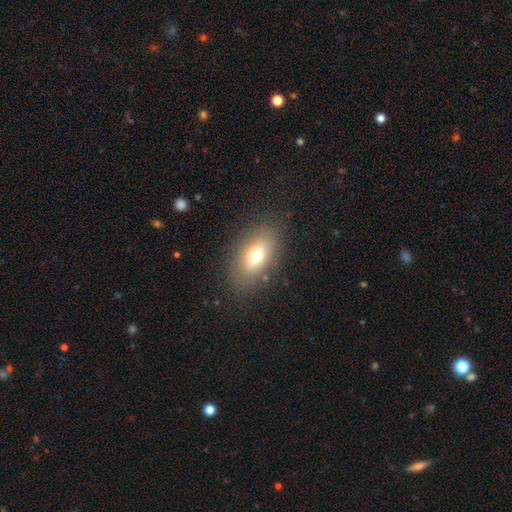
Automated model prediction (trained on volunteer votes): Morphology: type=smooth (70%); roundness=in between (84%); merging=none (83%).